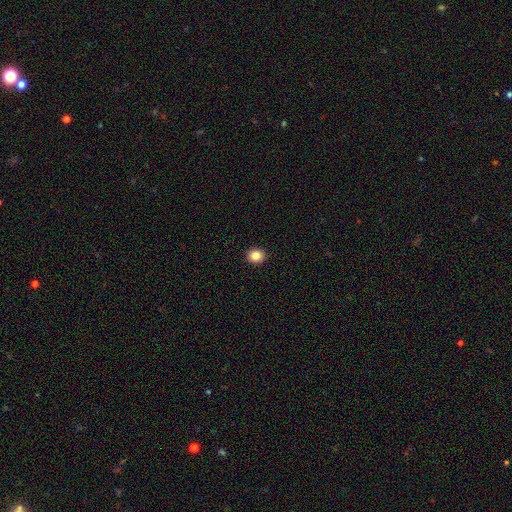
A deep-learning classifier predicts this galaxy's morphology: A smooth galaxy with no disk features (85%) that is round (79%).

Vote fractions:
- Smooth or featured? smooth: 85% / star or artifact: 10% / featured or disk: 5%
- How rounded? round: 79% / in between: 20% / cigar-shaped: 1%
- Merging? none: 93% / minor disturbance: 5% / major disturbance: 1% / merger: 1%